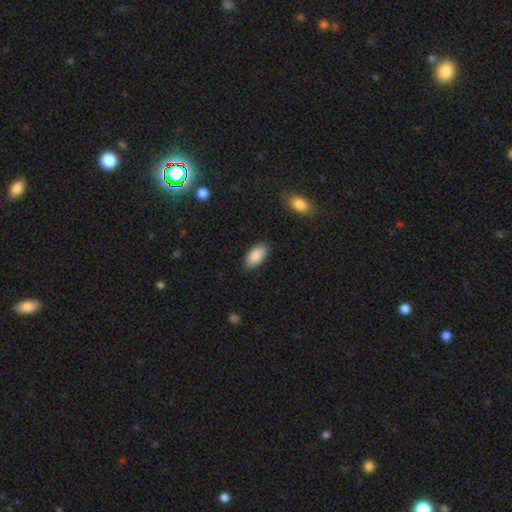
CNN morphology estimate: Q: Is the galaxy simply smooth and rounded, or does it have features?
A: smooth — 90%.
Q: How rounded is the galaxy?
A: in between — 95%.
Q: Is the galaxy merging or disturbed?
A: none — 86%.